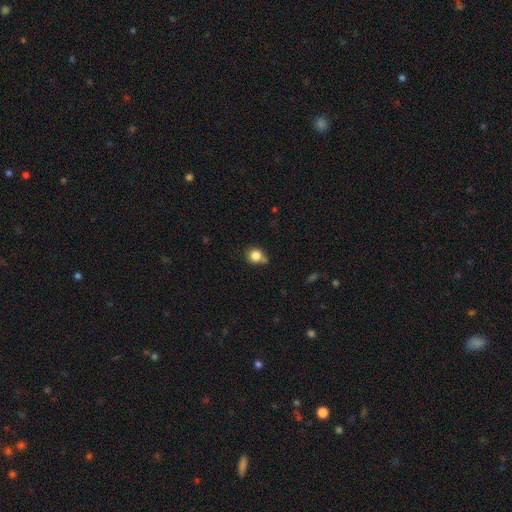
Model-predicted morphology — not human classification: type=smooth (83%); roundness=round (84%); merging=none (62%).